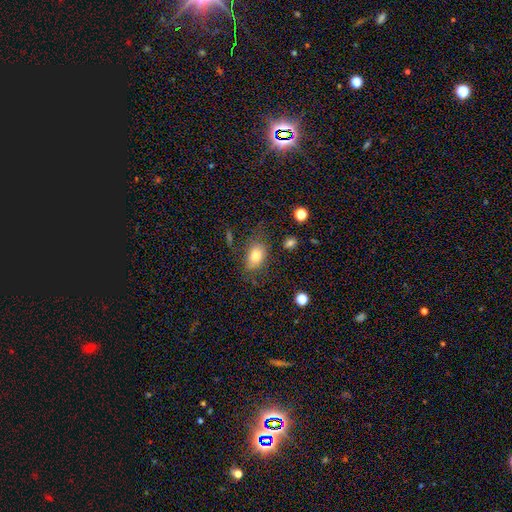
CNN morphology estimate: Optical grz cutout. It shows a smooth galaxy with no disk features (79%) that is in between round and cigar-shaped (84%). Merging: none (67%).